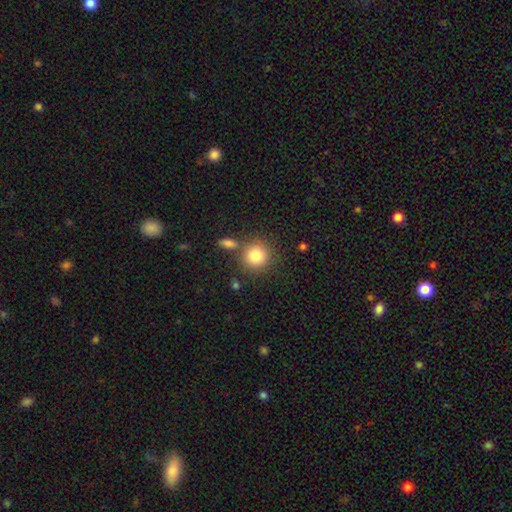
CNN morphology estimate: Overall: smooth (82%). How rounded: round (90%). Merging: none (74%).